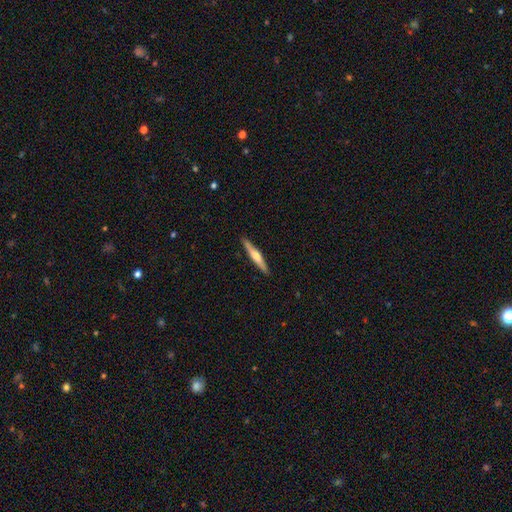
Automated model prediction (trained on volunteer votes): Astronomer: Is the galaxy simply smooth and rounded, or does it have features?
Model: featured or disk — 60%.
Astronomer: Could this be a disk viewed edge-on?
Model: yes — 98%.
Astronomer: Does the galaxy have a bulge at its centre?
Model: rounded — 79%.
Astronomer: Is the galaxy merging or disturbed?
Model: none — 91%.